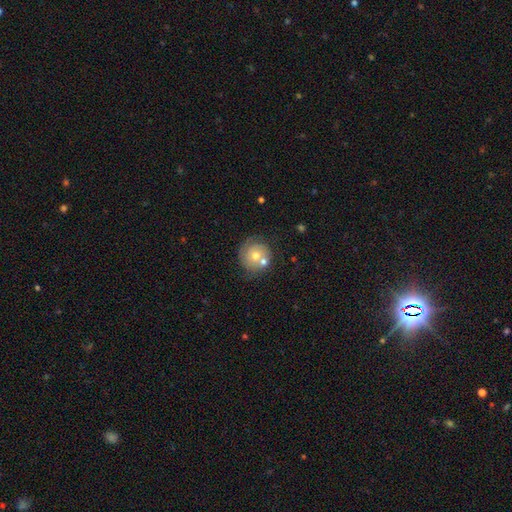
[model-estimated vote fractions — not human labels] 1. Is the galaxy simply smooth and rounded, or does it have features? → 53% smooth, 38% featured or disk, 9% star or artifact.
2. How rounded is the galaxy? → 90% round, 9% in between, 1% cigar-shaped.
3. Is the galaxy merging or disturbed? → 56% none, 23% merger, 15% minor disturbance, 6% major disturbance.